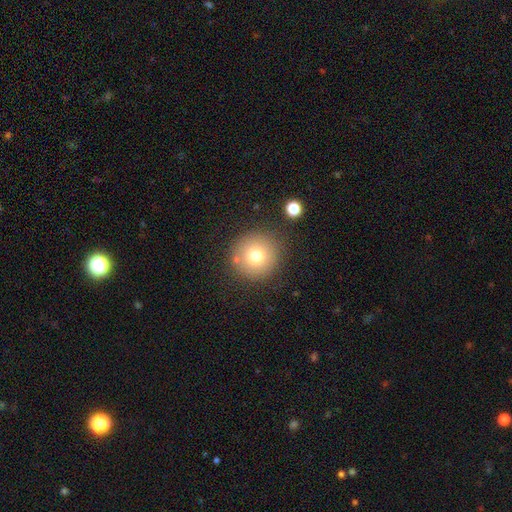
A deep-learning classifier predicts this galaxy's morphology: smooth_or_featured: smooth (p=0.75) [alt: featured or disk p=0.13]
how_rounded: round (p=0.95) [alt: in between p=0.04]
merging: none (p=0.83) [alt: minor disturbance p=0.09]